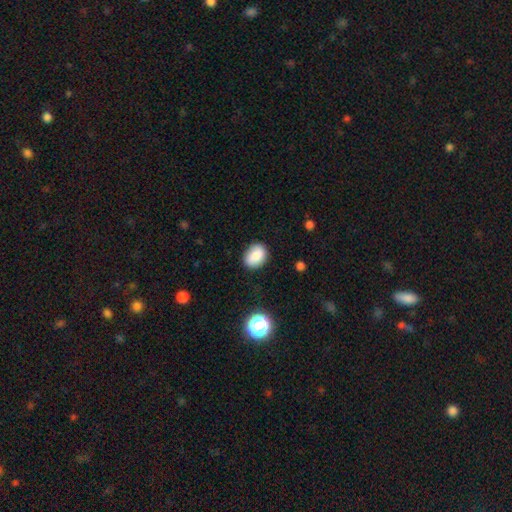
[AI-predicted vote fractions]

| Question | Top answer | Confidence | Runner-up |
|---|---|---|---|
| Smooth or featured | smooth | 85% | star or artifact (9%) |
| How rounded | in between | 70% | round (29%) |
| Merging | none | 83% | minor disturbance (12%) |